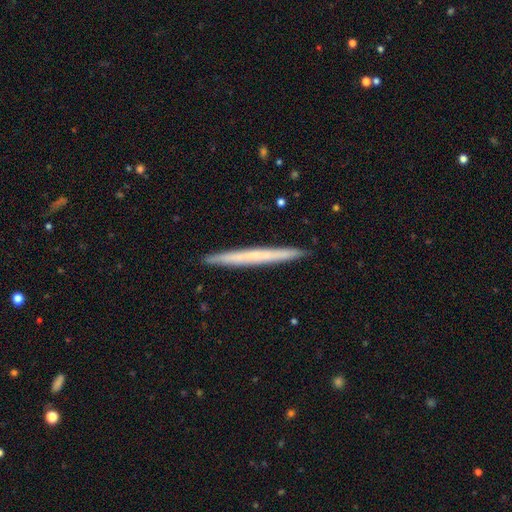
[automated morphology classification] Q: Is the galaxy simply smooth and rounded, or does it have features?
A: smooth — 48%.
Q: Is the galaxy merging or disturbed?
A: none — 92%.